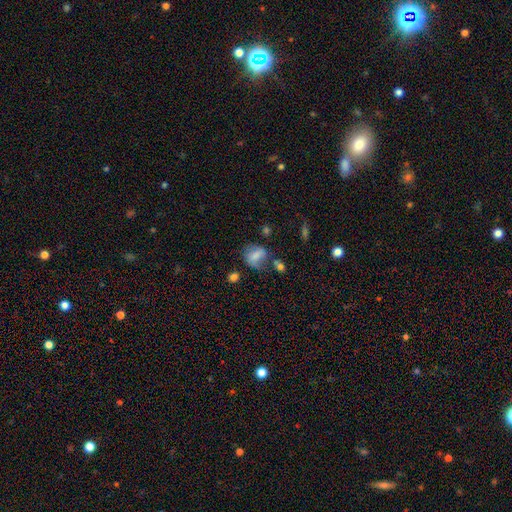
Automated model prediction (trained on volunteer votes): The model was most divided on "how rounded": in between: 54%, round: 44%, cigar-shaped: 2%. Remaining: smooth or featured — smooth (66%); merging — none (48%).